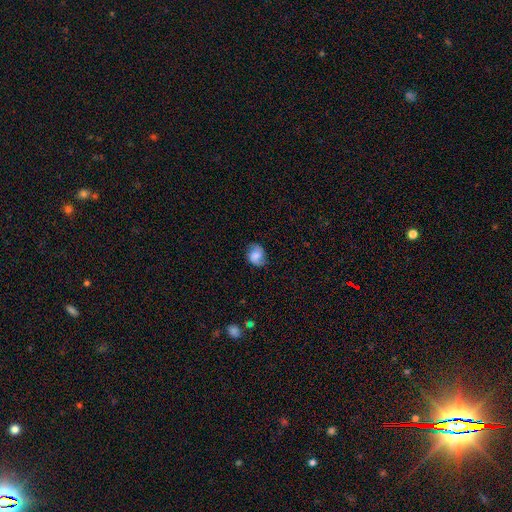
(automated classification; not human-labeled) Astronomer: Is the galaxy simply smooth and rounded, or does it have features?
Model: smooth — 58%.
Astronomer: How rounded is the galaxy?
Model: round — 53% (runner-up: in between, 46%).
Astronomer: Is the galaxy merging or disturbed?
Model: none — 74%.